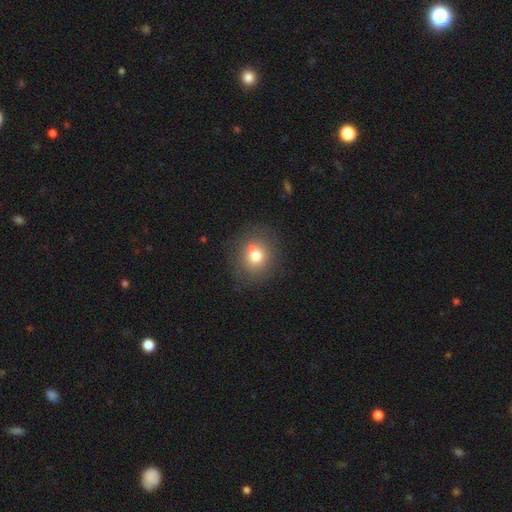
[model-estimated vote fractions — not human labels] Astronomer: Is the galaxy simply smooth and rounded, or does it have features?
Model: smooth — 73%.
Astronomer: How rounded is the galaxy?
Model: round — 80%.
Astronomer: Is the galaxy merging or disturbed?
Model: none — 73%.